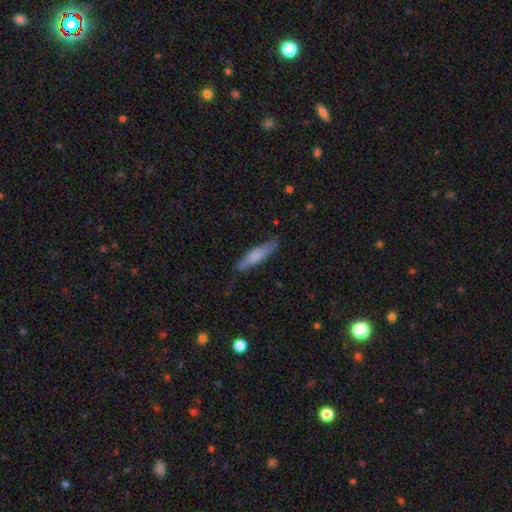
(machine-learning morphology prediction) smooth_or_featured: smooth (p=0.68) [alt: featured or disk p=0.26]
how_rounded: cigar-shaped (p=0.84) [alt: in between p=0.14]
merging: none (p=0.82) [alt: minor disturbance p=0.14]